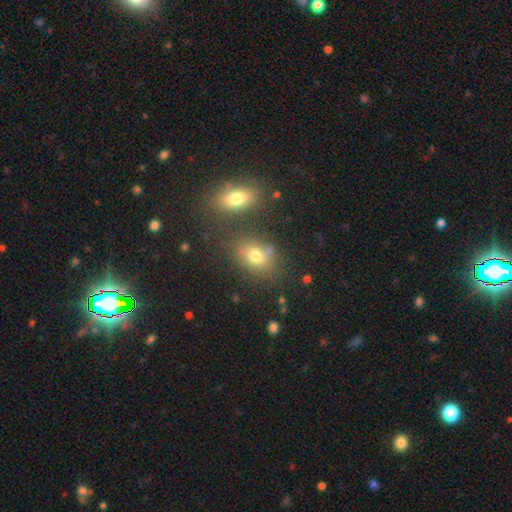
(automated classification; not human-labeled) The model was most divided on "how rounded": in between: 72%, round: 26%, cigar-shaped: 2%. More confident: smooth or featured — smooth (72%); merging — none (65%).